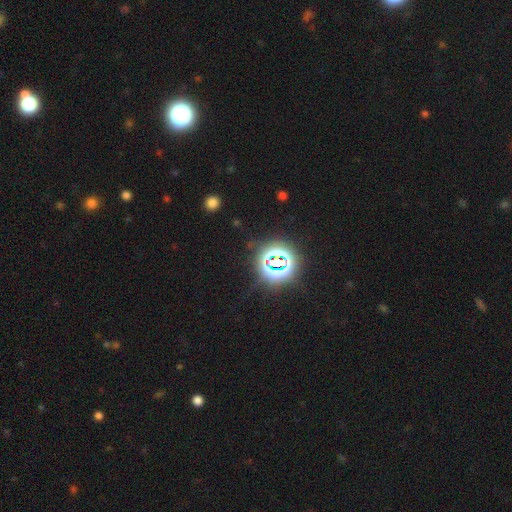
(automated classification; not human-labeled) Q: Smooth or featured?
A: star or artifact (80%); runner-up: smooth (14%)